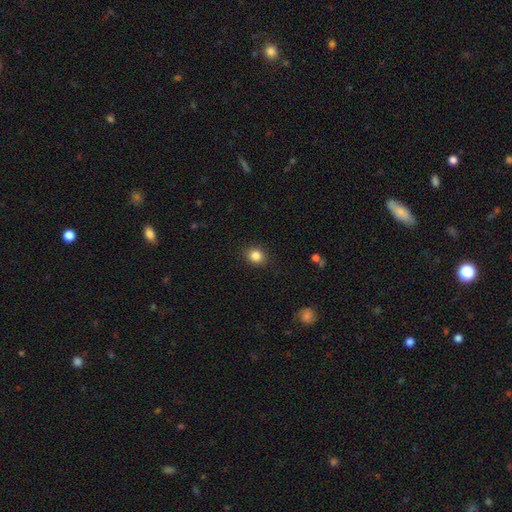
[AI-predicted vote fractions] This is clearly a smooth galaxy (85%). How rounded: likely round (68%). Merging: clearly none (89%).